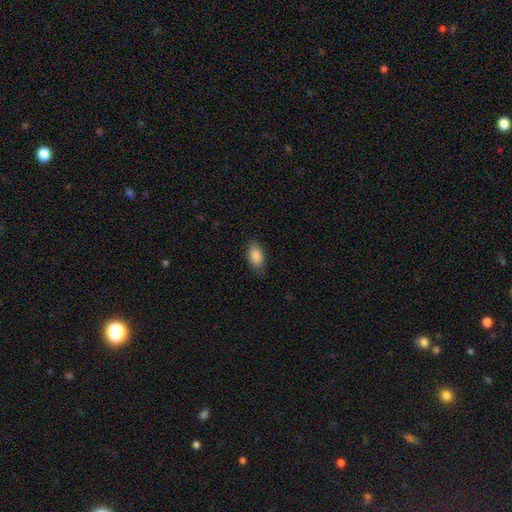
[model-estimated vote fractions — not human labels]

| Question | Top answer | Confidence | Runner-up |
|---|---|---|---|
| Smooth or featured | smooth | 87% | star or artifact (7%) |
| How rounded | in between | 91% | cigar-shaped (6%) |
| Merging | none | 79% | minor disturbance (16%) |